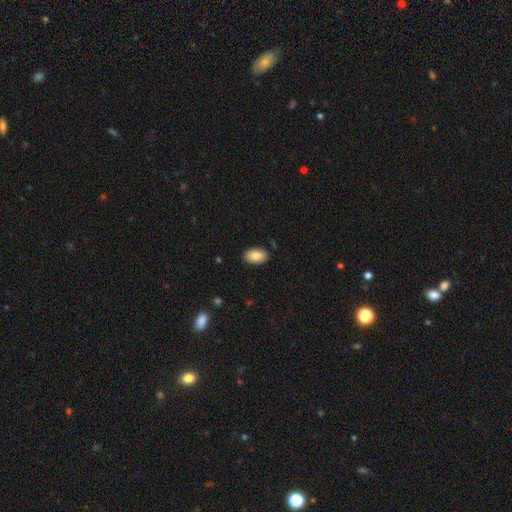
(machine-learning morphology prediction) smooth_or_featured: smooth (p=0.86) [alt: featured or disk p=0.07]
how_rounded: in between (p=0.94) [alt: round p=0.04]
merging: none (p=0.88) [alt: minor disturbance p=0.09]